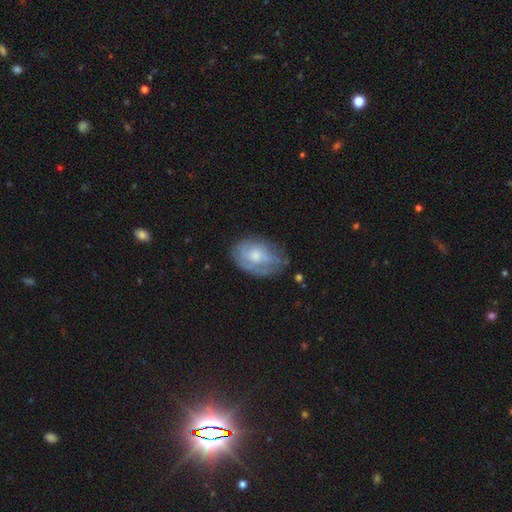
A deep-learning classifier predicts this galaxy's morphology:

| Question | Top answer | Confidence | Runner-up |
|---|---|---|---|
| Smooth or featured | featured or disk | 51% | smooth (42%) |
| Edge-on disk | no | 96% | yes (4%) |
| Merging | none | 60% | minor disturbance (27%) |